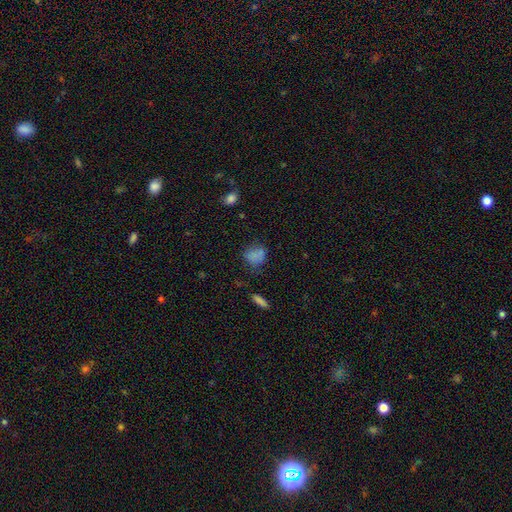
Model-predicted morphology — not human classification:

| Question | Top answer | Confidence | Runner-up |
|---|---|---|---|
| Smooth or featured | smooth | 78% | star or artifact (13%) |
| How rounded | round | 50% | in between (48%) |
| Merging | none | 60% | minor disturbance (24%) |